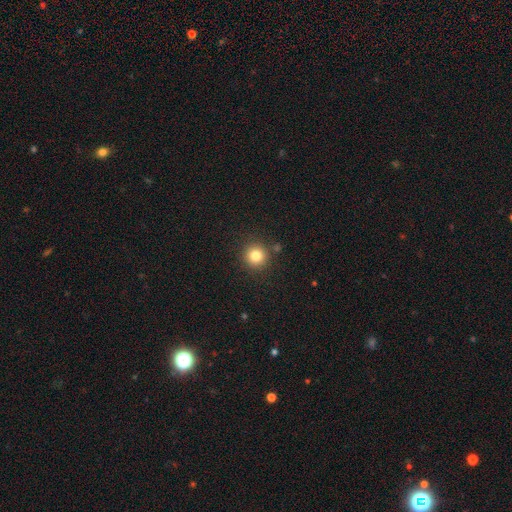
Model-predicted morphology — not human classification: Q: Smooth or featured?
A: smooth (81%); runner-up: star or artifact (12%)
Q: How rounded?
A: round (94%); runner-up: in between (5%)
Q: Merging?
A: none (87%); runner-up: minor disturbance (7%)